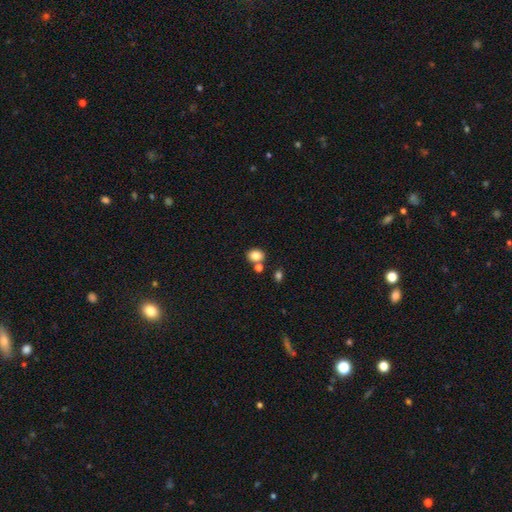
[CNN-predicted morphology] Smooth or featured: smooth — 83% (star or artifact — 10%)
How rounded: round — 53% (in between — 46%)
Merging: none — 68% (merger — 19%)